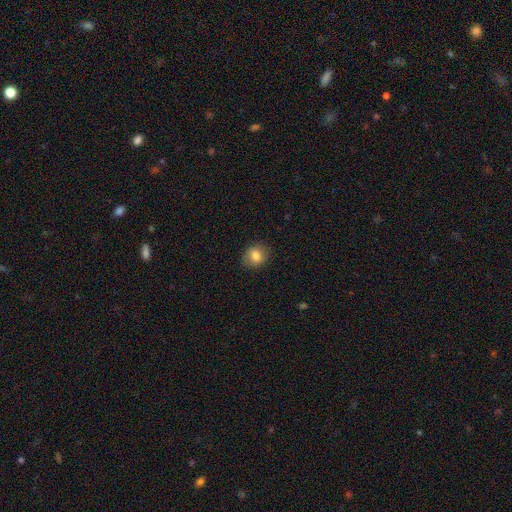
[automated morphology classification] A smooth galaxy with no disk features (82%) that is round (68%).

Vote fractions:
- Smooth or featured? smooth: 82% / star or artifact: 10% / featured or disk: 9%
- How rounded? round: 68% / in between: 31% / cigar-shaped: 1%
- Merging? none: 86% / minor disturbance: 10% / major disturbance: 3% / merger: 1%